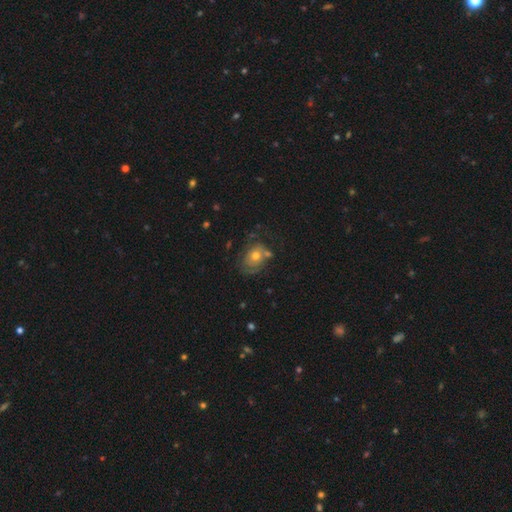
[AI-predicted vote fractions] This is possibly a smooth galaxy (49%). Merging: possibly none (48%).